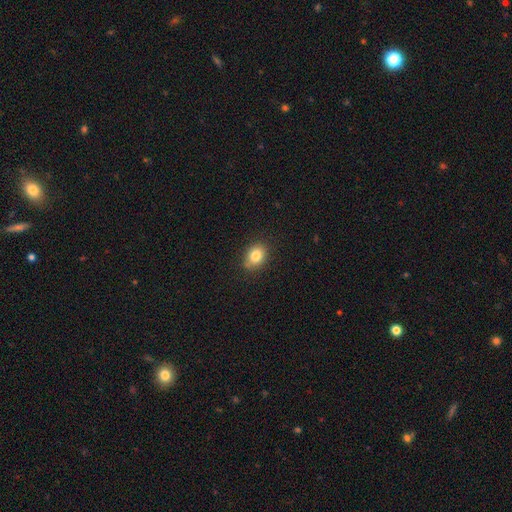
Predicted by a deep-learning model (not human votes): Smooth or featured? Predicted: smooth (p=0.82). How rounded? Predicted: in between (p=0.55). Merging? Predicted: none (p=0.80).